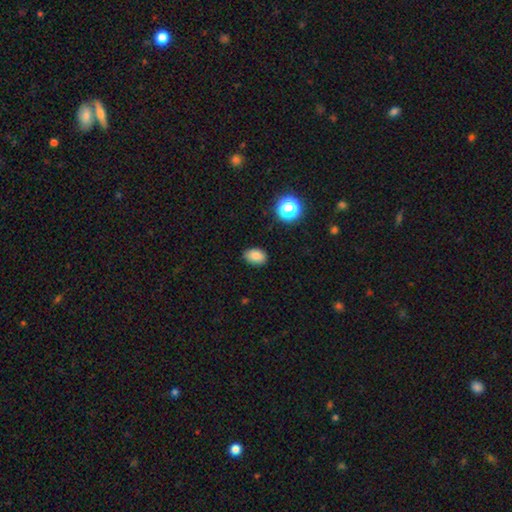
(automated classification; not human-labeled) smooth_or_featured: smooth (p=0.84) [alt: star or artifact p=0.11]
how_rounded: in between (p=0.83) [alt: round p=0.16]
merging: none (p=0.85) [alt: minor disturbance p=0.12]